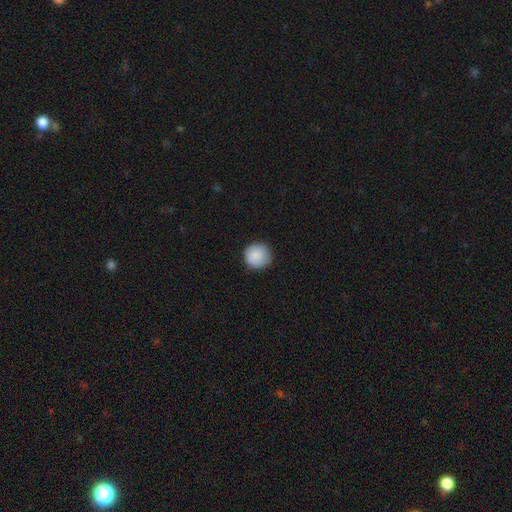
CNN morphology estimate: A smooth galaxy with no disk features (88%) that is round (94%).

Vote fractions:
- Smooth or featured? smooth: 88% / star or artifact: 7% / featured or disk: 5%
- How rounded? round: 94% / in between: 5% / cigar-shaped: 1%
- Merging? none: 86% / minor disturbance: 11% / major disturbance: 2% / merger: 1%